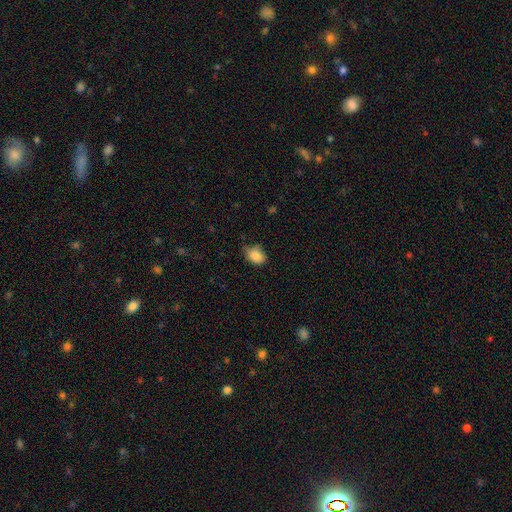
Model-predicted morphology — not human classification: Overall: smooth (86%). How rounded: in between (69%; round 30%). Merging: none (66%; minor disturbance 27%).